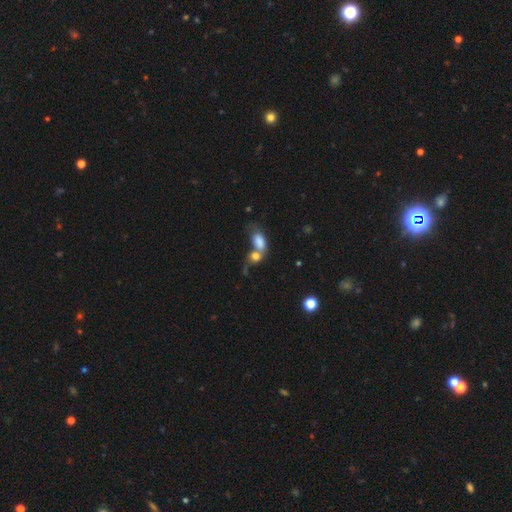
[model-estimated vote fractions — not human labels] smooth-or-featured: smooth: 71% | featured or disk: 15% | star or artifact: 14%
  how-rounded: in between: 77% | round: 18% | cigar-shaped: 5%
  merging: merger: 58% | none: 24% | minor disturbance: 10% | major disturbance: 8%